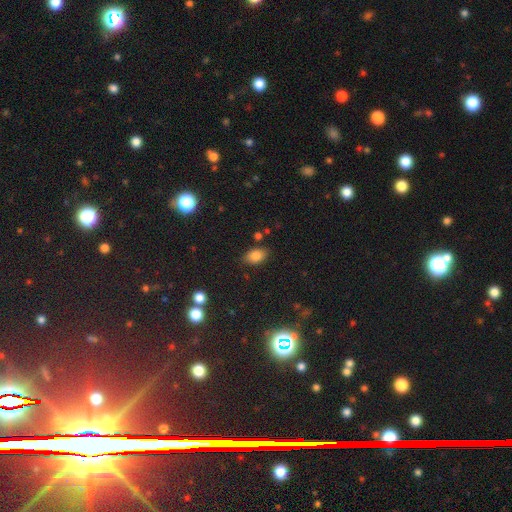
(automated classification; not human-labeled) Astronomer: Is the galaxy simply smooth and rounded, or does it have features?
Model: smooth — 81%.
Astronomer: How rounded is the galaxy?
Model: in between — 86%.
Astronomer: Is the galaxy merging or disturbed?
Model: none — 81%.